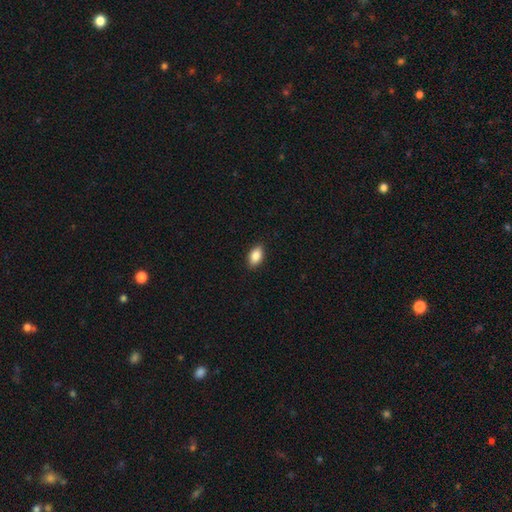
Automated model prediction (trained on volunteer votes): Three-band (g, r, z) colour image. It shows a smooth galaxy with no disk features (86%) that is in between round and cigar-shaped (91%). Merging: none (89%).